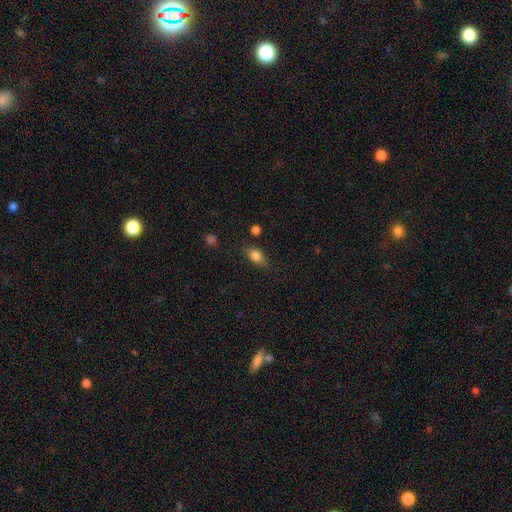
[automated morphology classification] type=smooth (81%); roundness=in between (77%); merging=none (72%).